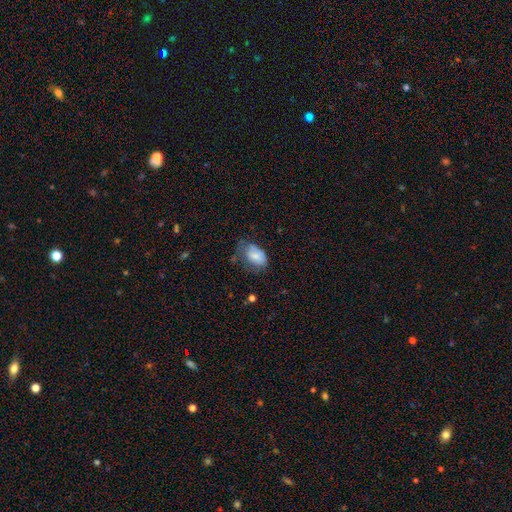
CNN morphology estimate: Smooth or featured? Predicted: smooth (p=0.76). How rounded? Predicted: in between (p=0.87). Merging? Predicted: none (p=0.41).